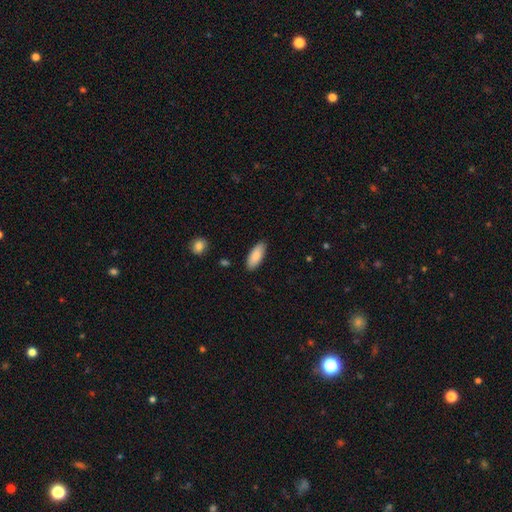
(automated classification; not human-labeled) smooth_or_featured: smooth (p=0.85) [alt: featured or disk p=0.09]
how_rounded: in between (p=0.81) [alt: cigar-shaped p=0.17]
merging: none (p=0.87) [alt: minor disturbance p=0.09]